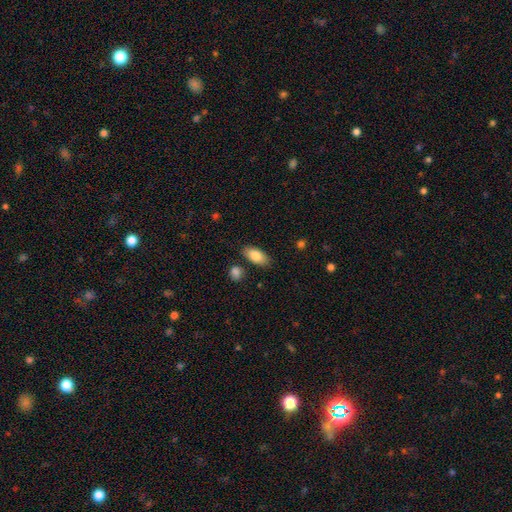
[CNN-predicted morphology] Q: Smooth or featured?
A: smooth (84%); runner-up: featured or disk (9%)
Q: How rounded?
A: in between (91%); runner-up: cigar-shaped (6%)
Q: Merging?
A: none (83%); runner-up: minor disturbance (11%)